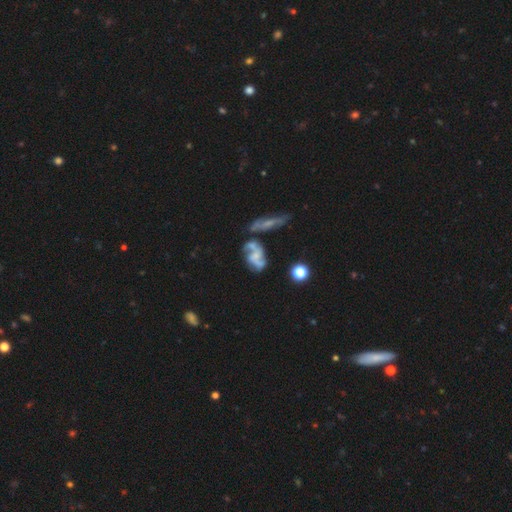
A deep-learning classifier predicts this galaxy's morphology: featured or disk 73%, smooth 18%, star or artifact 9%. Down the decision tree: edge-on disk — no (95%); bar — no (59%); spiral arms — yes (85%); spiral arm count — 2 (73%); spiral winding — loose (48%); bulge size — small (42%); merging — merger (35%).